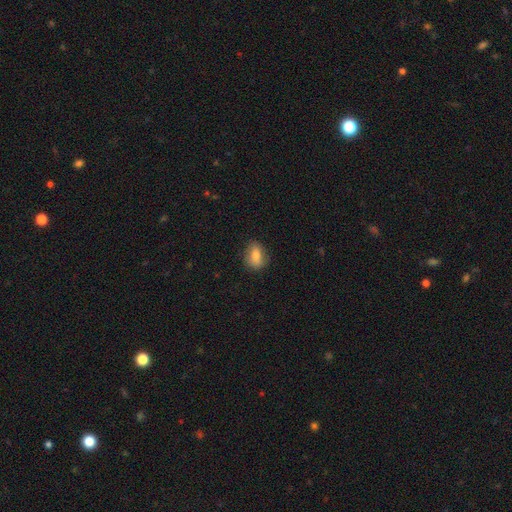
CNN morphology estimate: Q: Smooth or featured?
A: smooth (76%); runner-up: featured or disk (15%)
Q: How rounded?
A: in between (70%); runner-up: round (26%)
Q: Merging?
A: none (78%); runner-up: minor disturbance (17%)